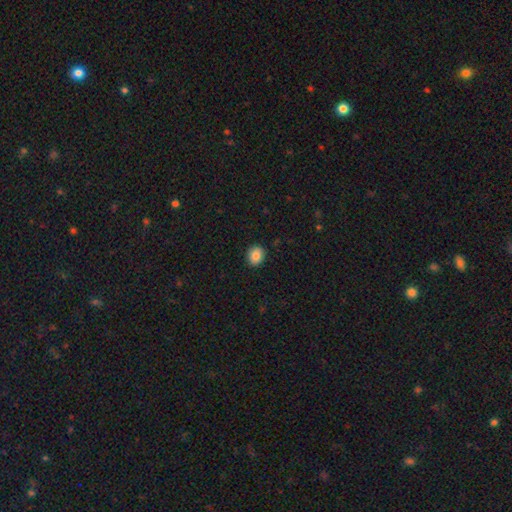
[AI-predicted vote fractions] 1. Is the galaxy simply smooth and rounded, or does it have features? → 85% smooth, 9% star or artifact, 6% featured or disk.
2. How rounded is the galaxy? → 68% round, 31% in between, 1% cigar-shaped.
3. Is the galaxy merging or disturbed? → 90% none, 7% minor disturbance, 2% major disturbance, 1% merger.